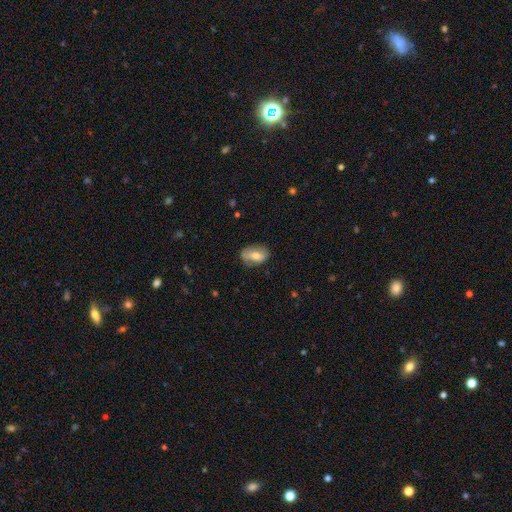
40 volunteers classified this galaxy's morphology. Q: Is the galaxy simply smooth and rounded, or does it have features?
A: smooth — 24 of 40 (60%).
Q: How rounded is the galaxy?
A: in between — 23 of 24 (96%).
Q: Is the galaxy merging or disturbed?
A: none — 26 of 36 (72%).